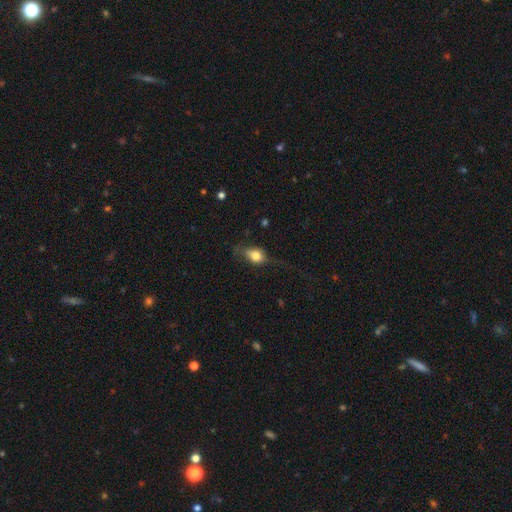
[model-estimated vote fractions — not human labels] Morphology: type=smooth (70%); roundness=in between (66%); merging=none (53%).